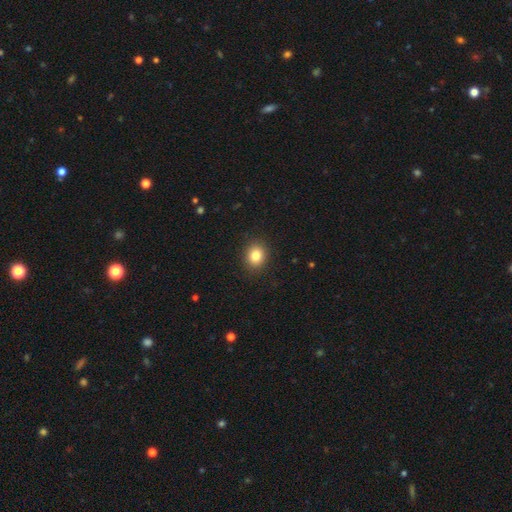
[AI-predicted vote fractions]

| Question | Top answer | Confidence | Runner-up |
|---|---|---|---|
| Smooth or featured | smooth | 83% | star or artifact (11%) |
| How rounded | round | 67% | in between (32%) |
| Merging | none | 90% | minor disturbance (7%) |